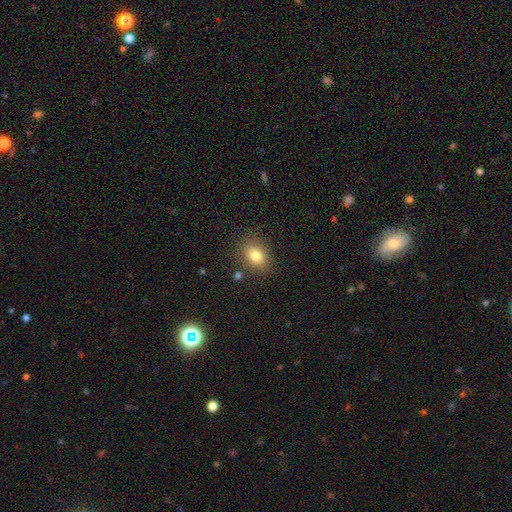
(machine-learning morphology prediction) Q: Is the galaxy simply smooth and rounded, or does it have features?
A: smooth — 80%.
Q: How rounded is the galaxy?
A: in between — 64%.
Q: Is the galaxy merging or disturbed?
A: none — 81%.